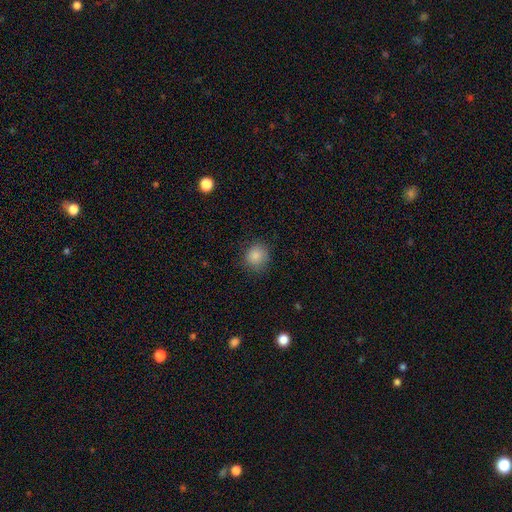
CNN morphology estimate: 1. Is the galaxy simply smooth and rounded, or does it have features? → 85% smooth, 10% star or artifact, 5% featured or disk.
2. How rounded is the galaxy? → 82% round, 17% in between, 1% cigar-shaped.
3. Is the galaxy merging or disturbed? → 82% none, 13% minor disturbance, 4% major disturbance, 1% merger.